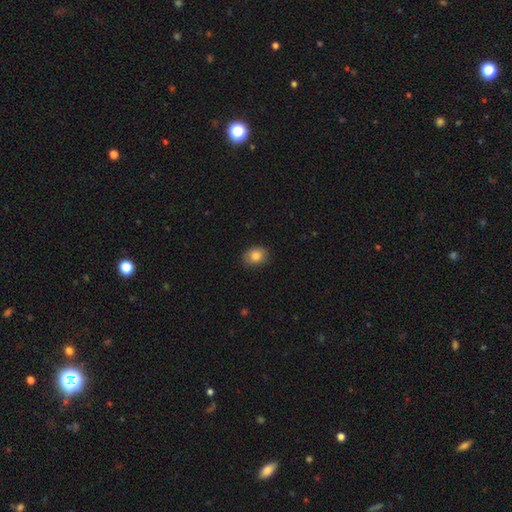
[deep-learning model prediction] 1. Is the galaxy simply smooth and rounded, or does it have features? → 85% smooth, 9% star or artifact, 6% featured or disk.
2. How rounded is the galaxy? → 56% in between, 43% round, 1% cigar-shaped.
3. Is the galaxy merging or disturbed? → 83% none, 14% minor disturbance, 3% major disturbance, 1% merger.